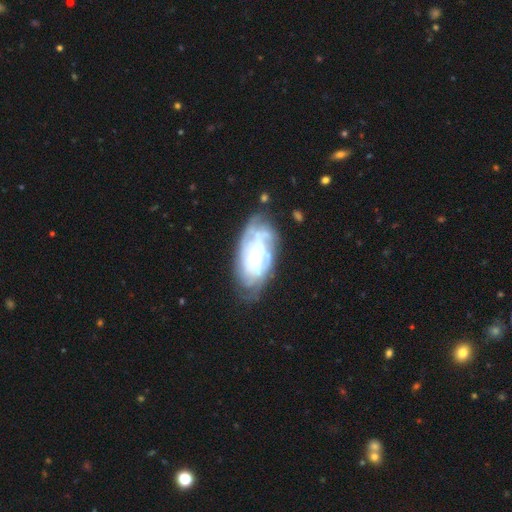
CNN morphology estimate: Smooth or featured? Predicted: featured or disk (p=0.75). Edge-on disk? Predicted: no (p=0.94). Bar? Predicted: no (p=0.78). Spiral arms? Predicted: yes (p=0.86). Spiral winding? Predicted: tight (p=0.69). Spiral arm count? Predicted: can't tell (p=0.52). Bulge size? Predicted: small (p=0.68). Merging? Predicted: none (p=0.64).